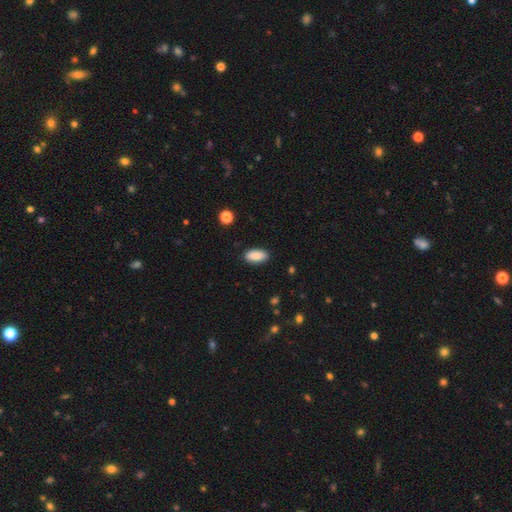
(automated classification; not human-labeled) Smooth or featured?
  - smooth: 86% *
  - star or artifact: 7%
  - featured or disk: 7%
How rounded?
  - in between: 92% *
  - cigar-shaped: 6%
  - round: 3%
Merging?
  - none: 87% *
  - minor disturbance: 9%
  - major disturbance: 2%
  - merger: 1%